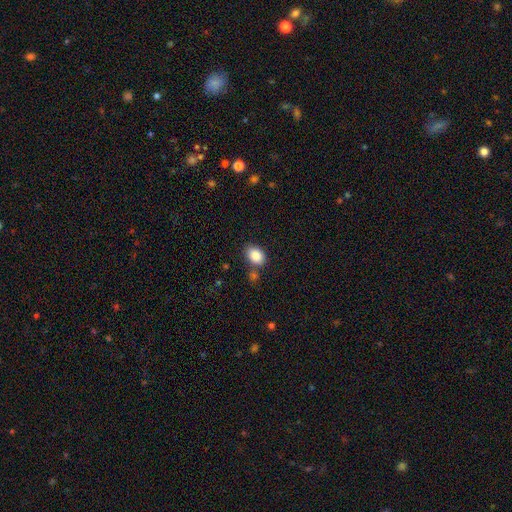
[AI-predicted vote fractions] Overall: smooth (87%). How rounded: in between (77%). Merging: none (73%).